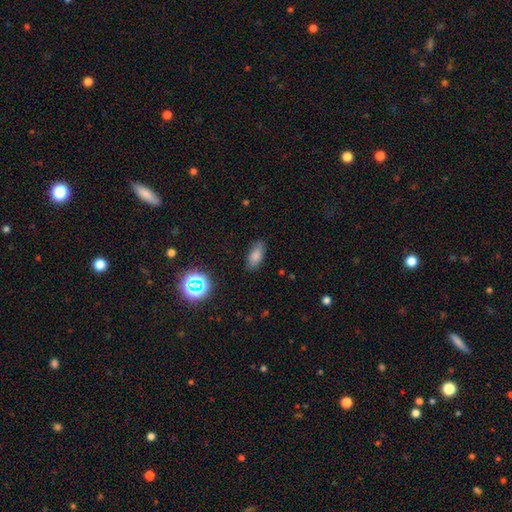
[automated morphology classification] Smooth or featured?
  - smooth: 79% *
  - star or artifact: 12%
  - featured or disk: 9%
How rounded?
  - in between: 85% *
  - cigar-shaped: 11%
  - round: 4%
Merging?
  - none: 82% *
  - minor disturbance: 13%
  - major disturbance: 3%
  - merger: 1%